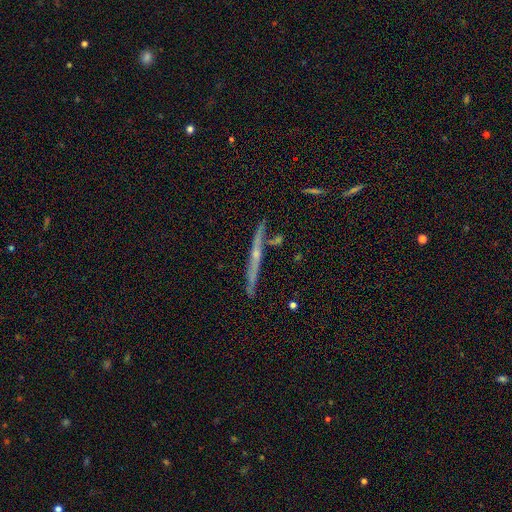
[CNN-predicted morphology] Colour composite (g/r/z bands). It shows a featured or disk galaxy (69%) viewed edge-on (96%) with a rounded central bulge (56%). Merging: none (83%).